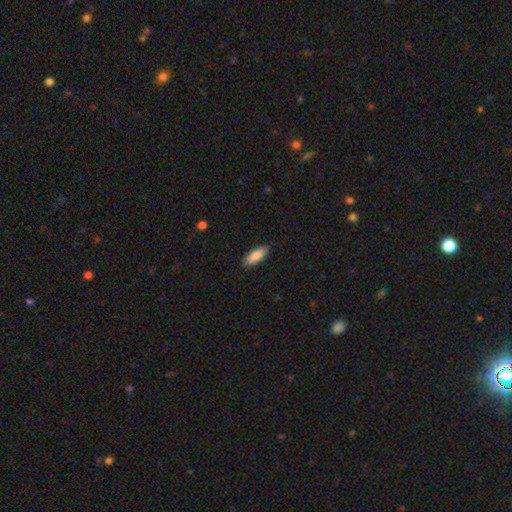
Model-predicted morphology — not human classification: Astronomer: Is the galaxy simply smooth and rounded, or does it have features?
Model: smooth — 87%.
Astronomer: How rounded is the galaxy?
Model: in between — 71%.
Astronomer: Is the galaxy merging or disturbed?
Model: none — 86%.